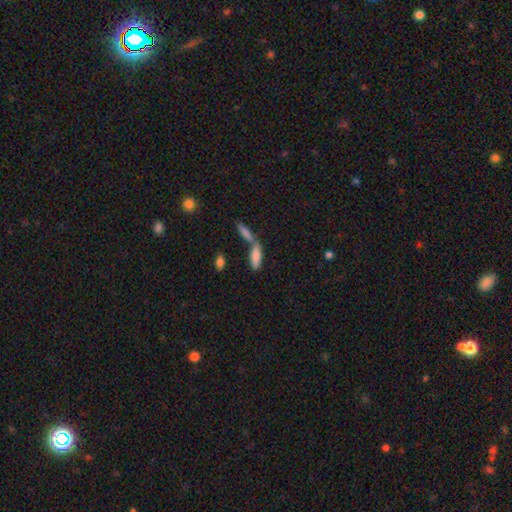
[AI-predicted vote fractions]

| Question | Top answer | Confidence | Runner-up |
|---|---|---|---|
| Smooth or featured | smooth | 80% | featured or disk (13%) |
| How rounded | in between | 60% | cigar-shaped (38%) |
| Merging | merger | 55% | none (32%) |